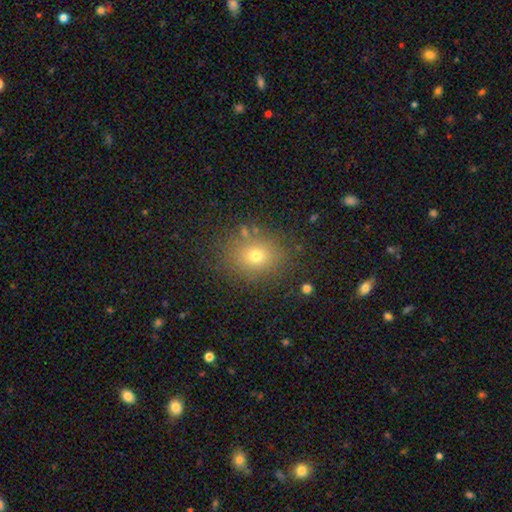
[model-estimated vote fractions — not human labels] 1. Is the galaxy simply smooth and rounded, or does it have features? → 71% smooth, 18% star or artifact, 12% featured or disk.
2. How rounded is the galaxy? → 63% round, 36% in between, 1% cigar-shaped.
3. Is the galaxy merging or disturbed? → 82% none, 11% minor disturbance, 4% major disturbance, 3% merger.